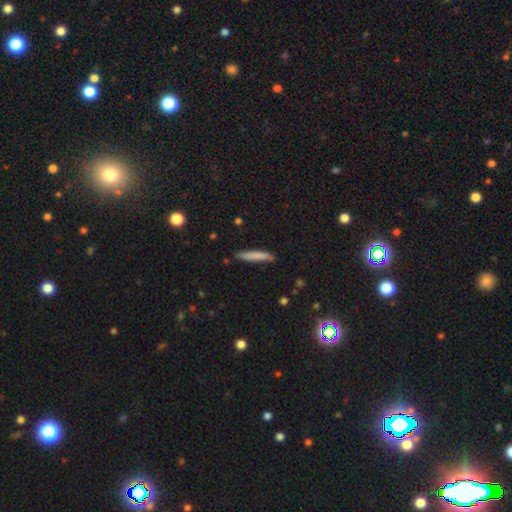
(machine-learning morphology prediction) Smooth or featured? smooth (77%)
How rounded? cigar-shaped (93%)
Merging? none (83%)